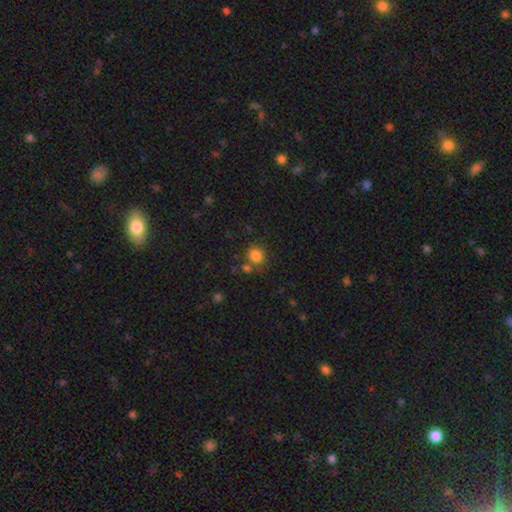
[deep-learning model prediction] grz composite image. It shows a smooth galaxy with no disk features (83%) that is round (83%). Merging: none (71%).